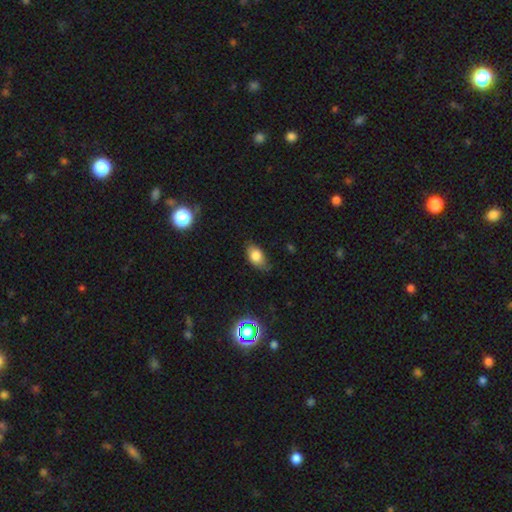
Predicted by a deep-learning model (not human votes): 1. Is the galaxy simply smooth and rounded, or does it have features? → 78% smooth, 12% featured or disk, 10% star or artifact.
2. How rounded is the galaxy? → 89% in between, 8% round, 3% cigar-shaped.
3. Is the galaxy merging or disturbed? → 69% none, 25% minor disturbance, 5% major disturbance, 1% merger.